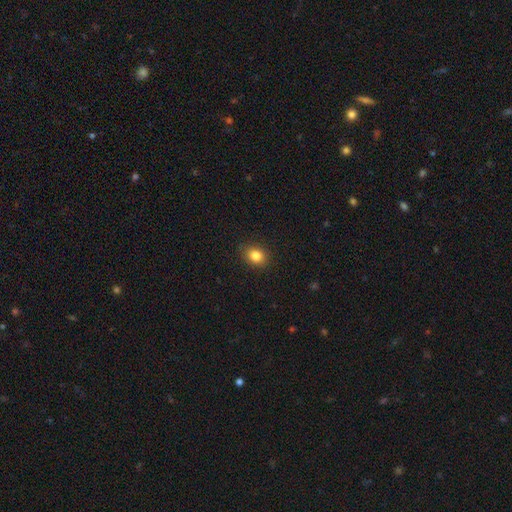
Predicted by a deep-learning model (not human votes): This appears to be a smooth galaxy with no disk features (84%) that is round (50%). Merging: none (88%).